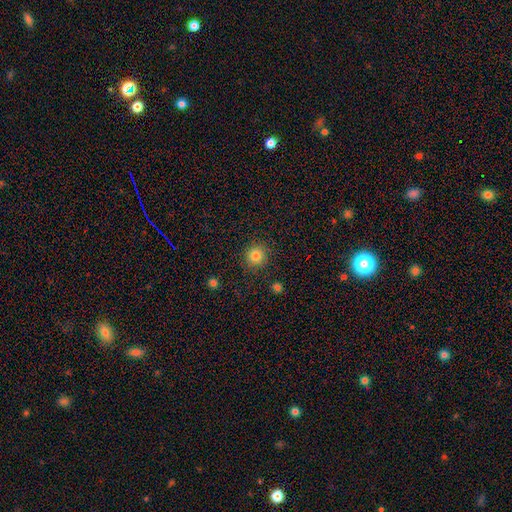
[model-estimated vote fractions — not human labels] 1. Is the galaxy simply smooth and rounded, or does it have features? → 82% smooth, 12% star or artifact, 6% featured or disk.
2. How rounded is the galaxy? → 93% round, 6% in between, 1% cigar-shaped.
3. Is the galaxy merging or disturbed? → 89% none, 7% minor disturbance, 3% major disturbance, 2% merger.